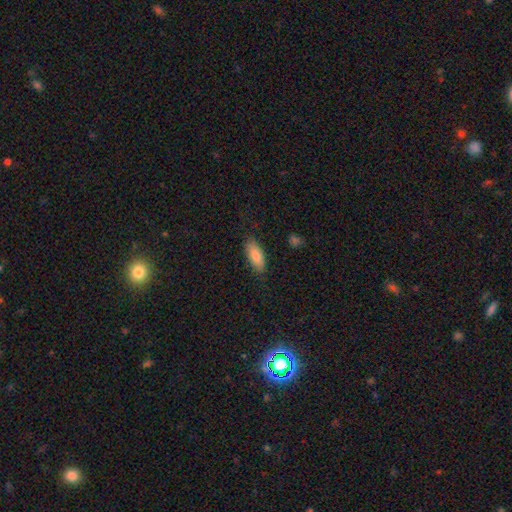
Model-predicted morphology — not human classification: The model was most divided on "how rounded": in between: 75%, cigar-shaped: 24%, round: 2%. More confident: smooth or featured — smooth (84%); merging — none (84%).